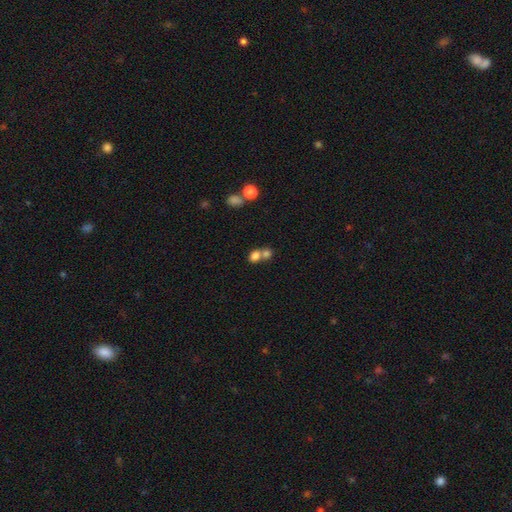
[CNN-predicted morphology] Smooth or featured?
  - smooth: 77% *
  - star or artifact: 12%
  - featured or disk: 11%
How rounded?
  - round: 58% *
  - in between: 40%
  - cigar-shaped: 1%
Merging?
  - merger: 61% *
  - none: 30%
  - minor disturbance: 6%
  - major disturbance: 3%